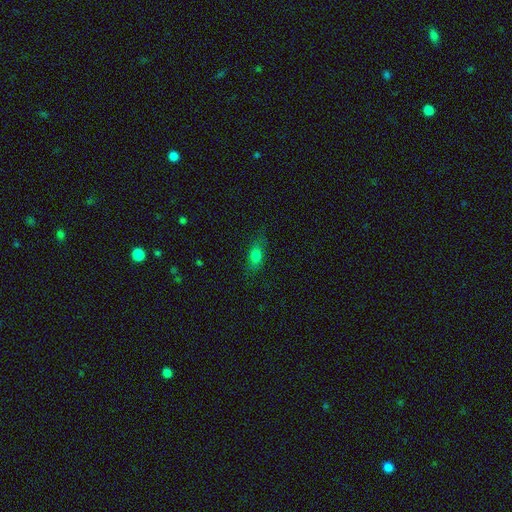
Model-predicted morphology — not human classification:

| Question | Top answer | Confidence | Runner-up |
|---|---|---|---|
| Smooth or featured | smooth | 74% | featured or disk (15%) |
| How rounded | in between | 73% | cigar-shaped (18%) |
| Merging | none | 73% | minor disturbance (19%) |